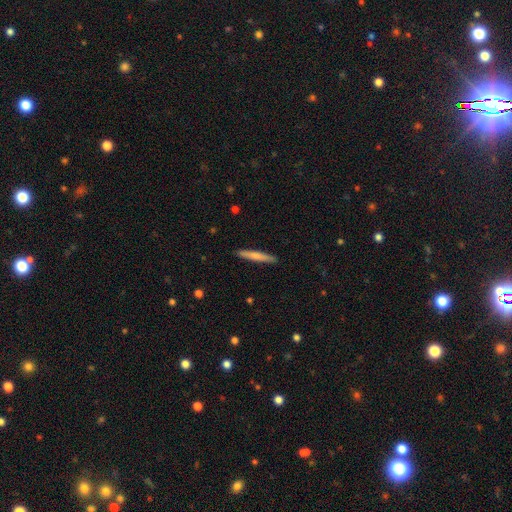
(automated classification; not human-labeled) smooth 65%, featured or disk 30%, star or artifact 5%. Down the decision tree: how rounded — cigar-shaped (95%); merging — none (90%).